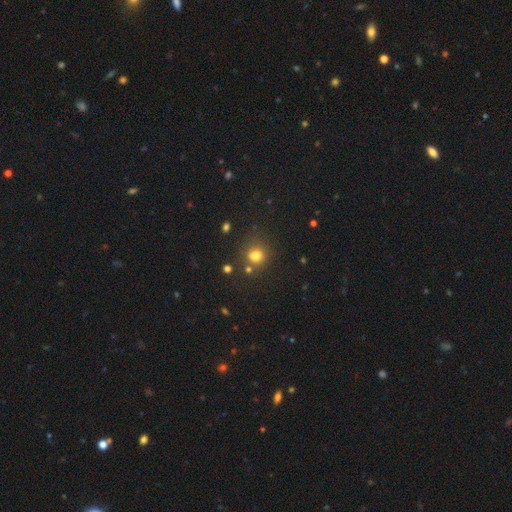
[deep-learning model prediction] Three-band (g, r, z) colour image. It shows a smooth galaxy with no disk features (76%) that is round (82%). Merging: none (71%).